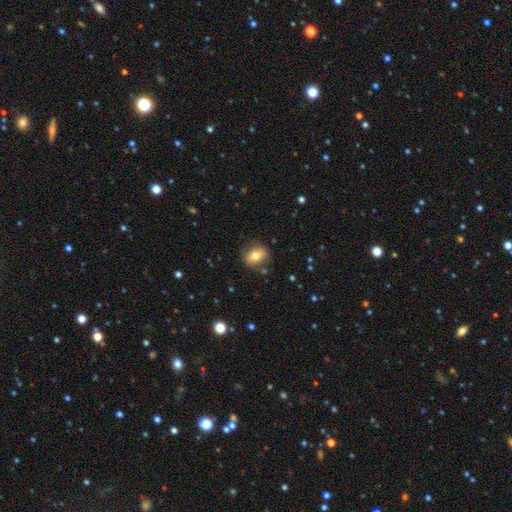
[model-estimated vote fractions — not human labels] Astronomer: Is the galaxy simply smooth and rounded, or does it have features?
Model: smooth — 73%.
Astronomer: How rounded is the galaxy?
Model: in between — 50% (runner-up: round, 49%).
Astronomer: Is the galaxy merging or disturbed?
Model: none — 81%.